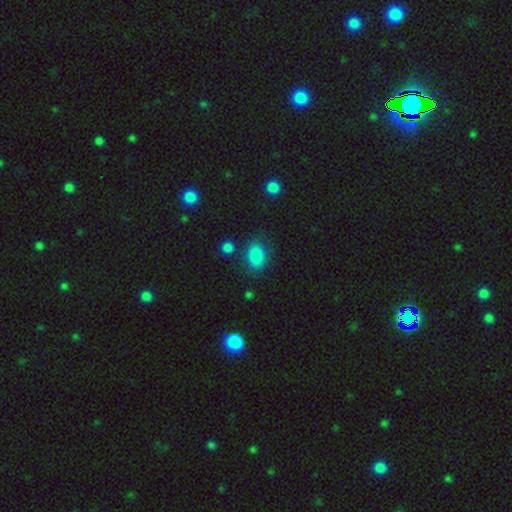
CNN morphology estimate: Smooth or featured?
  - smooth: 83% *
  - star or artifact: 10%
  - featured or disk: 7%
How rounded?
  - in between: 80% *
  - round: 18%
  - cigar-shaped: 2%
Merging?
  - none: 73% *
  - minor disturbance: 16%
  - major disturbance: 6%
  - merger: 5%